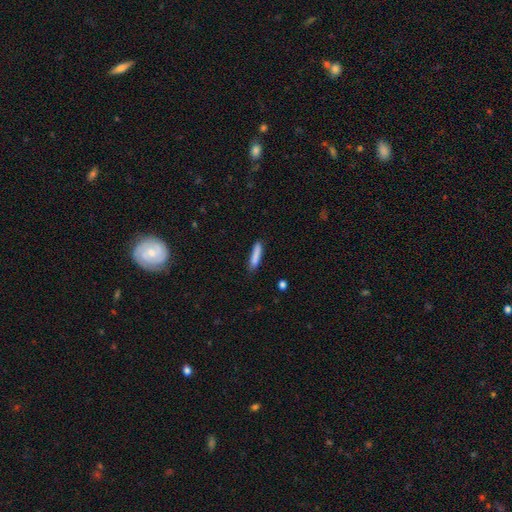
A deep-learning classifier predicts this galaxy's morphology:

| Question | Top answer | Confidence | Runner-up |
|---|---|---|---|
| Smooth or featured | smooth | 84% | featured or disk (9%) |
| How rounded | cigar-shaped | 86% | in between (12%) |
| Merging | none | 81% | minor disturbance (14%) |